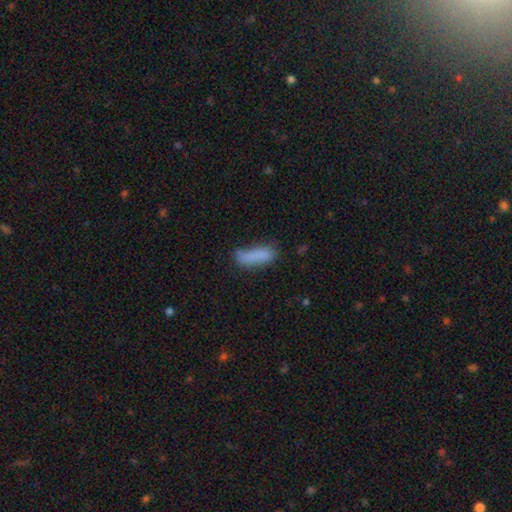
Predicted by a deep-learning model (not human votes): Smooth or featured?
  - smooth: 81% *
  - featured or disk: 10%
  - star or artifact: 9%
How rounded?
  - in between: 50% *
  - cigar-shaped: 48%
  - round: 2%
Merging?
  - none: 53% *
  - minor disturbance: 27%
  - major disturbance: 13%
  - merger: 7%